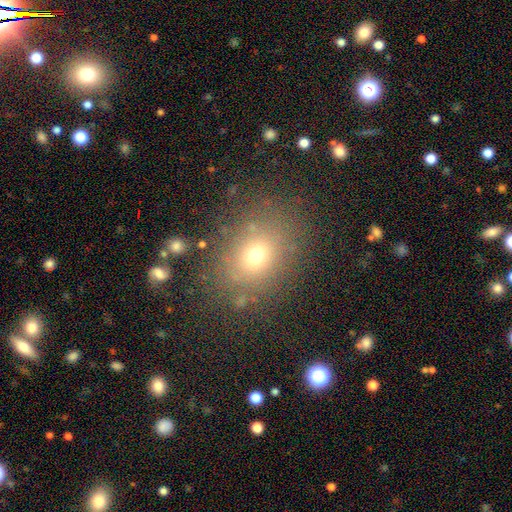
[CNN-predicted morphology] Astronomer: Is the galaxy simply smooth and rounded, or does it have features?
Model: smooth — 68%.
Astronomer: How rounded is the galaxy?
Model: in between — 52% (runner-up: round, 47%).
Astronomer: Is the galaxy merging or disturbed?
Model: none — 81%.